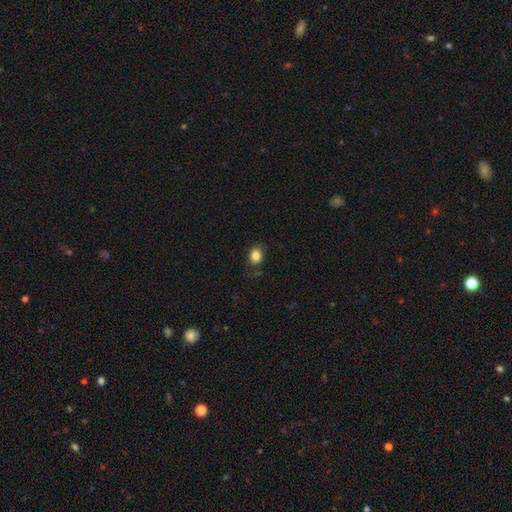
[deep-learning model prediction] smooth 83%, star or artifact 10%, featured or disk 6%. Down the decision tree: how rounded — in between (60%); merging — none (77%).